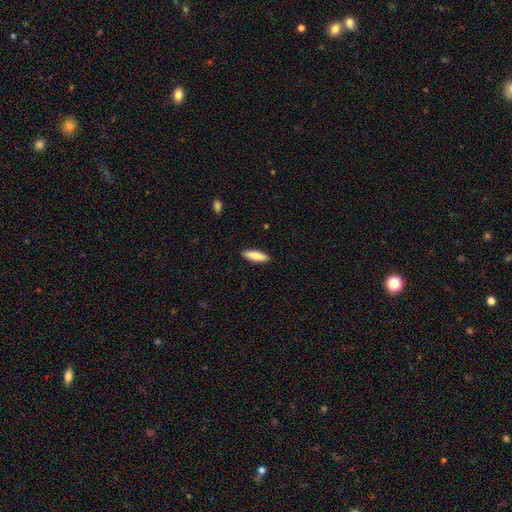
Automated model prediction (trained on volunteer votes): Smooth or featured? smooth (83%)
How rounded? cigar-shaped (57%)
Merging? none (90%)